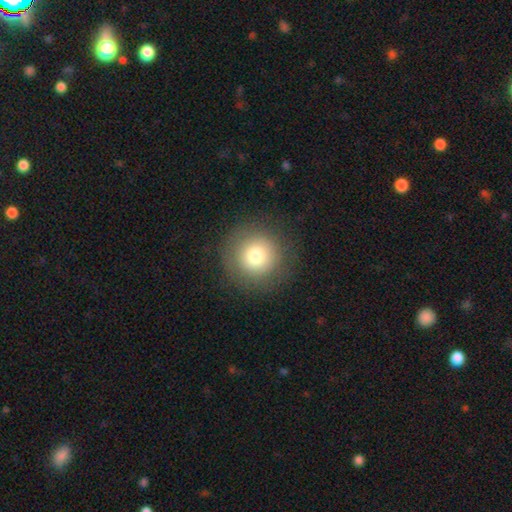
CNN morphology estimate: Smooth or featured: smooth — 76% (featured or disk — 12%)
How rounded: round — 96% (in between — 4%)
Merging: none — 87% (minor disturbance — 8%)